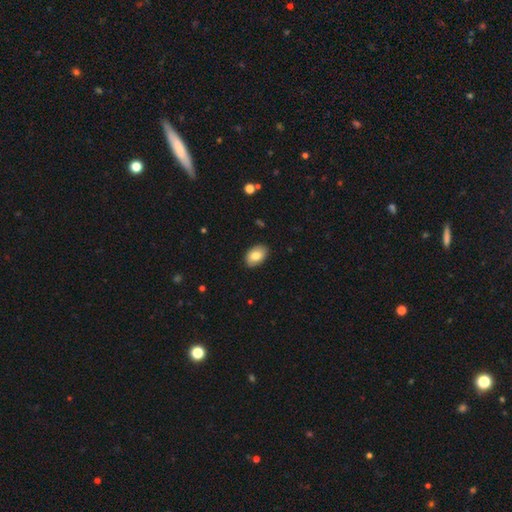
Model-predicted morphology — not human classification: type=smooth (82%); roundness=in between (89%); merging=none (88%).